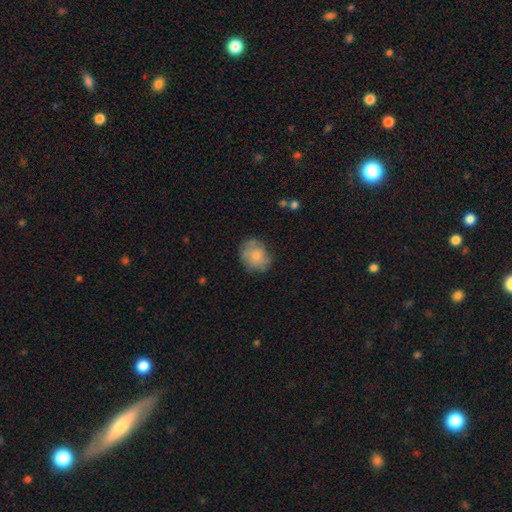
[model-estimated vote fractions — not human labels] Smooth or featured: smooth — 74% (featured or disk — 19%)
How rounded: round — 60% (in between — 39%)
Merging: none — 70% (minor disturbance — 21%)